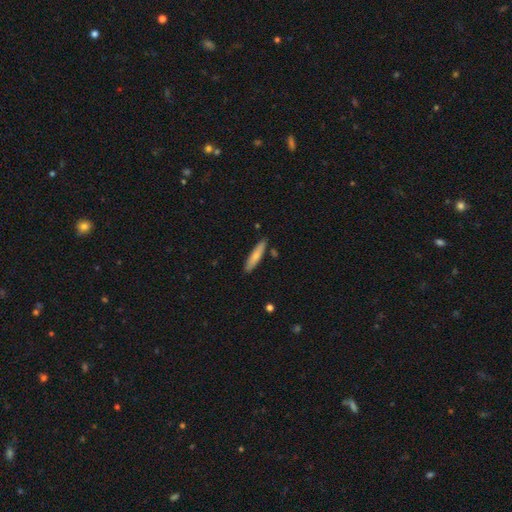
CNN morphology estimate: A smooth galaxy with no disk features (74%) that is cigar-shaped (85%). Merging: none (85%).